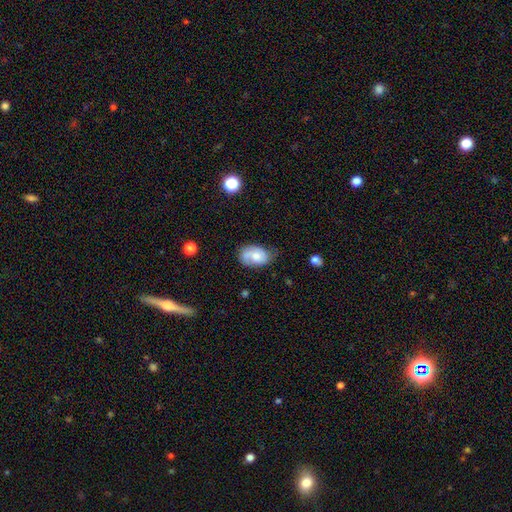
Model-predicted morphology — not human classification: Overall: smooth (48%; featured or disk 44%). Merging: none (56%; minor disturbance 30%).